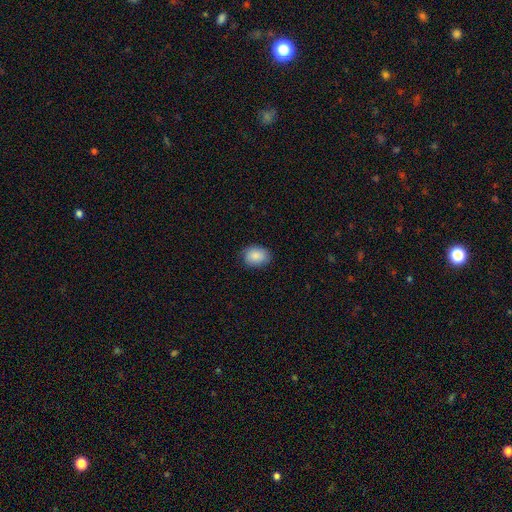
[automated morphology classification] smooth-or-featured: smooth: 88% | star or artifact: 7% | featured or disk: 6%
  how-rounded: in between: 67% | round: 32% | cigar-shaped: 1%
  merging: none: 83% | minor disturbance: 13% | major disturbance: 3% | merger: 1%